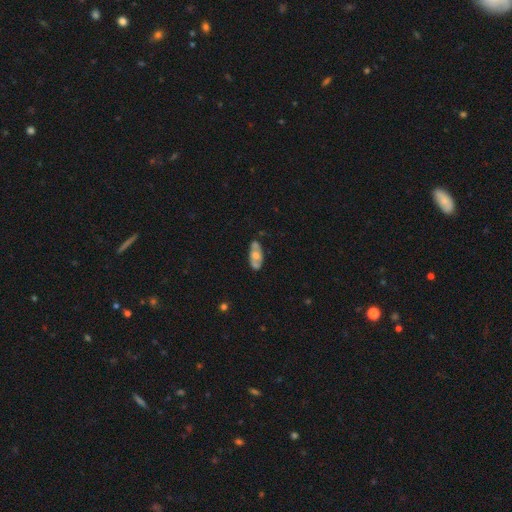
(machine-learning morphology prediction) smooth_or_featured: featured or disk (p=0.52) [alt: smooth p=0.41]
disk_edge_on: no (p=0.84) [alt: yes p=0.16]
merging: none (p=0.73) [alt: minor disturbance p=0.19]